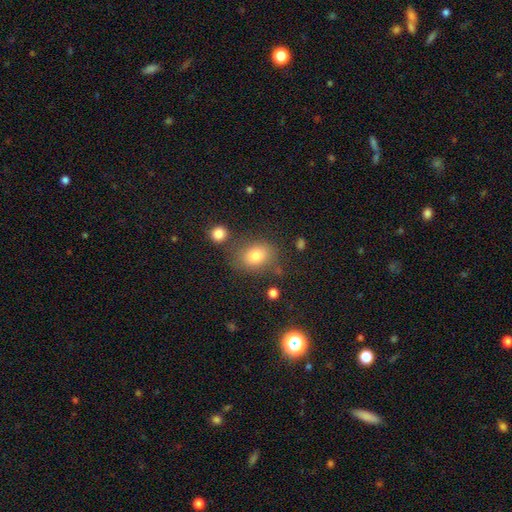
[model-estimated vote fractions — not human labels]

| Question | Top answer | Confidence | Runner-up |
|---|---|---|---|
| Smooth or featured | smooth | 79% | star or artifact (11%) |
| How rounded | in between | 59% | round (39%) |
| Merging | none | 70% | minor disturbance (15%) |